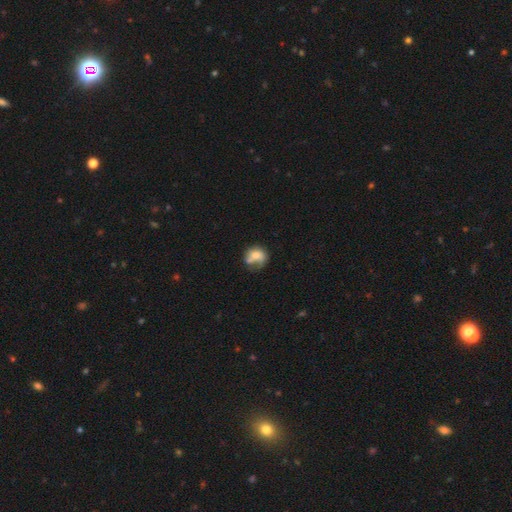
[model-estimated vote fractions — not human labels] Smooth or featured? Predicted: smooth (p=0.64). How rounded? Predicted: round (p=0.58). Merging? Predicted: none (p=0.35).